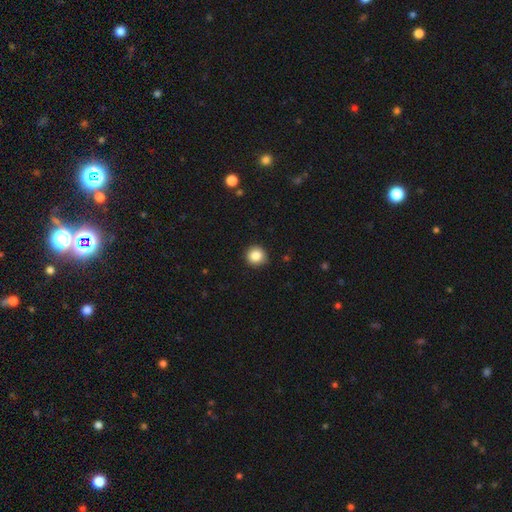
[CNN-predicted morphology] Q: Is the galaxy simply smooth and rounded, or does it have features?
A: smooth — 86%.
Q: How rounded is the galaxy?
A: round — 93%.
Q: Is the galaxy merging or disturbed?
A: none — 90%.